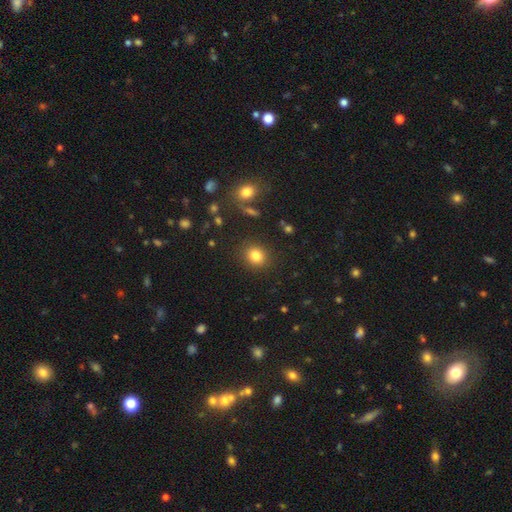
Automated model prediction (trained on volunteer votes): This is clearly a smooth galaxy (82%). How rounded: likely round (71%). Merging: clearly none (88%).